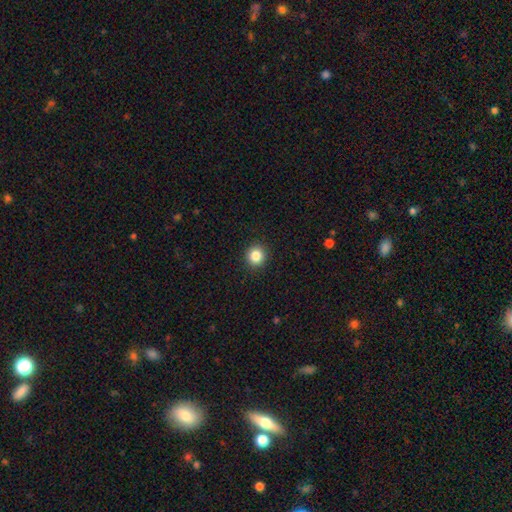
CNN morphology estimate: smooth 85%, star or artifact 11%, featured or disk 5%. Down the decision tree: how rounded — round (93%); merging — none (92%).